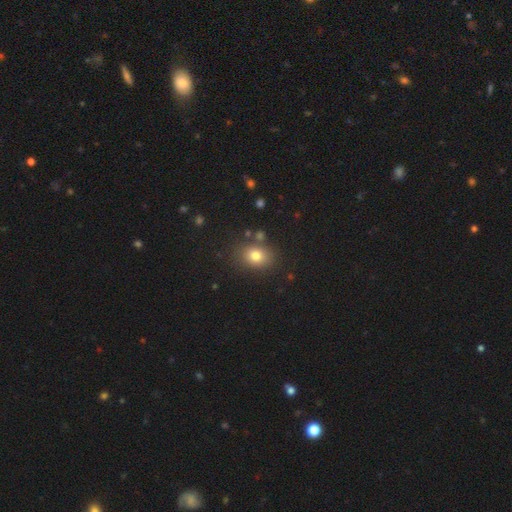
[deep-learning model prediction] The model was most divided on "how rounded": in between: 54%, round: 45%, cigar-shaped: 1%. More confident: merging — none (79%); smooth or featured — smooth (79%).